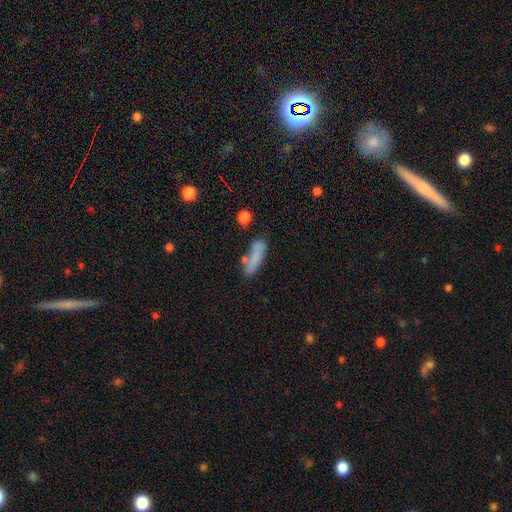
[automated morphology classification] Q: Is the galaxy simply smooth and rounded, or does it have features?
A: smooth — 76%.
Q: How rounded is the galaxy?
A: cigar-shaped — 62%.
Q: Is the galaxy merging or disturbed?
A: none — 63%.